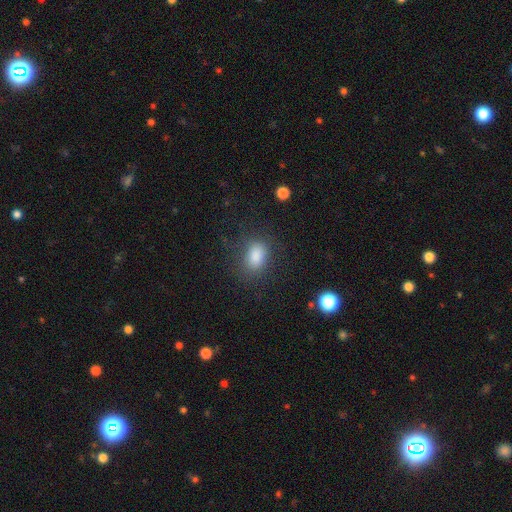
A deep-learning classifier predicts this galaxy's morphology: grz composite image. It shows a smooth galaxy with no disk features (83%) that is in between round and cigar-shaped (79%). Merging: none (76%).